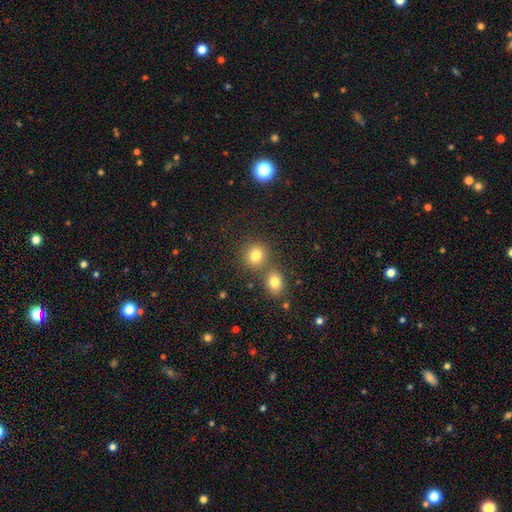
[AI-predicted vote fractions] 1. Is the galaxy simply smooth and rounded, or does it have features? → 79% smooth, 14% star or artifact, 7% featured or disk.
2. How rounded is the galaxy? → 82% round, 17% in between, 1% cigar-shaped.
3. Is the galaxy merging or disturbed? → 63% none, 27% merger, 8% minor disturbance, 3% major disturbance.